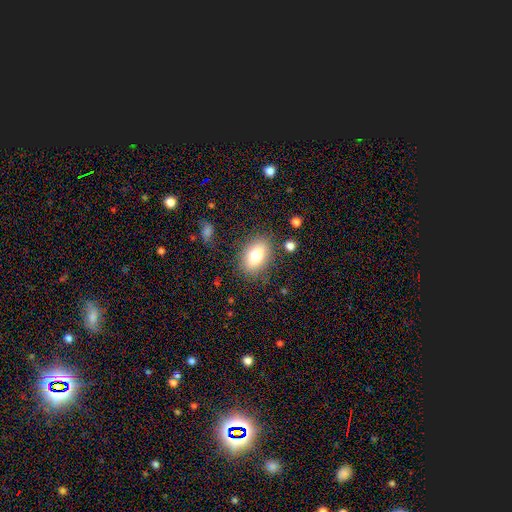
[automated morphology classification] A smooth galaxy with no disk features (76%) that is in between round and cigar-shaped (82%). Merging: none (82%).